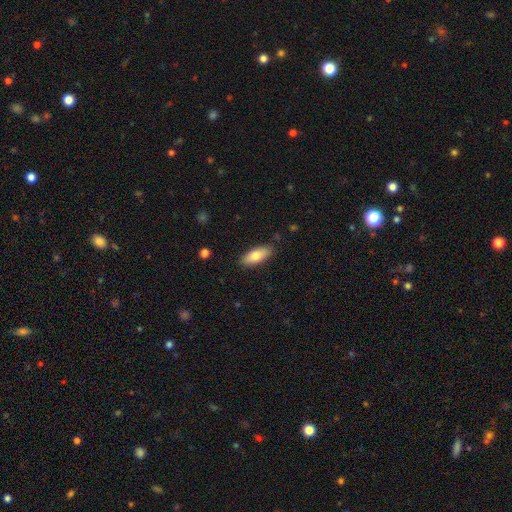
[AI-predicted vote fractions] Smooth or featured? smooth (78%)
How rounded? in between (78%)
Merging? none (86%)